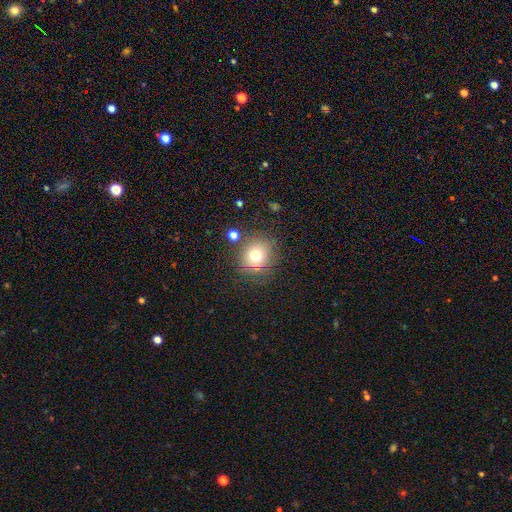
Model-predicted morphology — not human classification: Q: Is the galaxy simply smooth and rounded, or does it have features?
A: smooth — 70%.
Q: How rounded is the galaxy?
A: round — 83%.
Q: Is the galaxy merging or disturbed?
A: none — 77%.